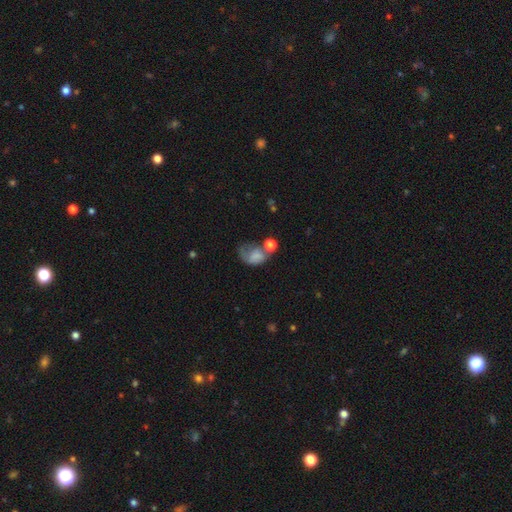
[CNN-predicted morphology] Overall: smooth (64%). How rounded: in between (70%). Merging: major disturbance (38%; minor disturbance 23%).